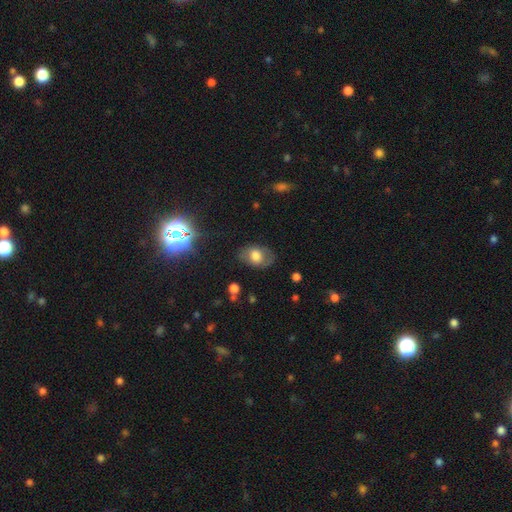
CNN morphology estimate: Smooth or featured? Predicted: smooth (p=0.66). How rounded? Predicted: in between (p=0.80). Merging? Predicted: none (p=0.73).